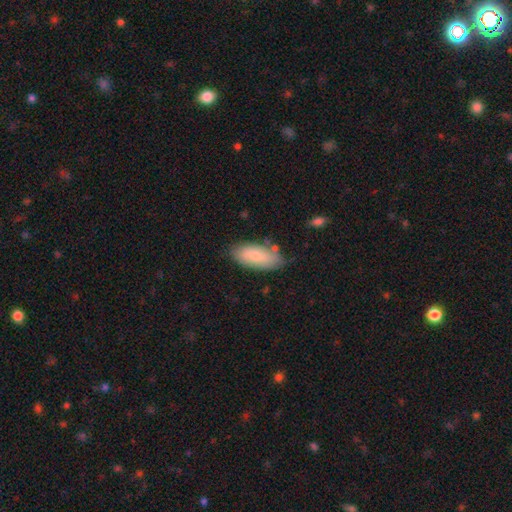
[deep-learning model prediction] smooth_or_featured: smooth (p=0.76) [alt: featured or disk p=0.18]
how_rounded: in between (p=0.89) [alt: cigar-shaped p=0.09]
merging: none (p=0.74) [alt: minor disturbance p=0.19]